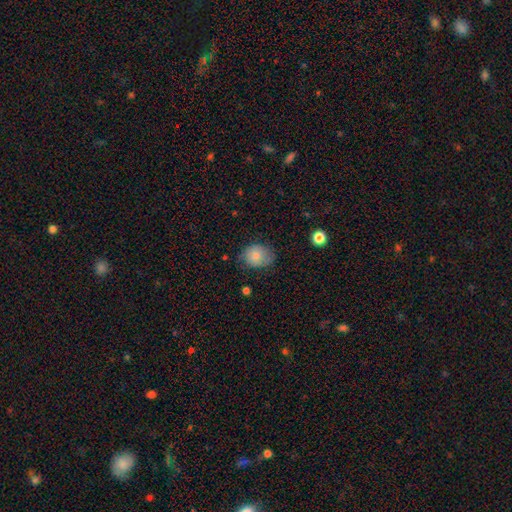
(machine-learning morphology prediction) The model was most divided on "how rounded": round: 53%, in between: 46%, cigar-shaped: 1%. More confident: smooth or featured — smooth (79%); merging — none (67%).